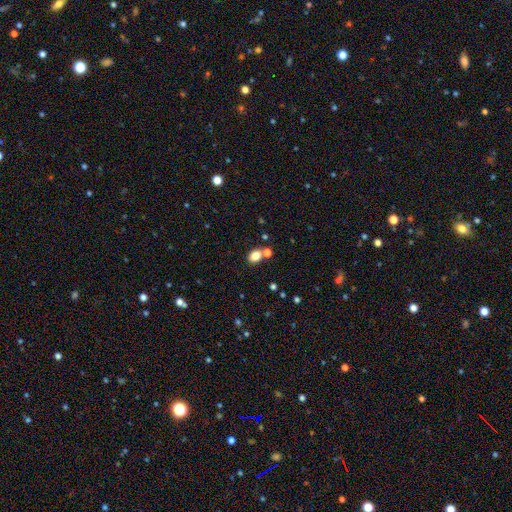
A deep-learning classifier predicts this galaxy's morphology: type=smooth (81%); roundness=in between (61%); merging=none (65%).